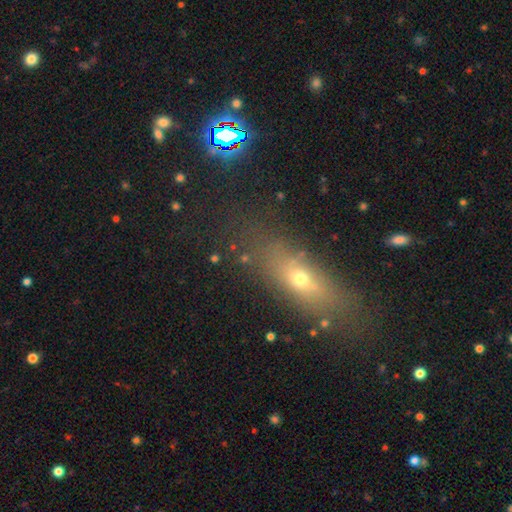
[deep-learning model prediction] The model was most divided on "how rounded": in between: 47%, cigar-shaped: 44%, round: 9%. More confident: merging — none (78%); smooth or featured — smooth (53%).